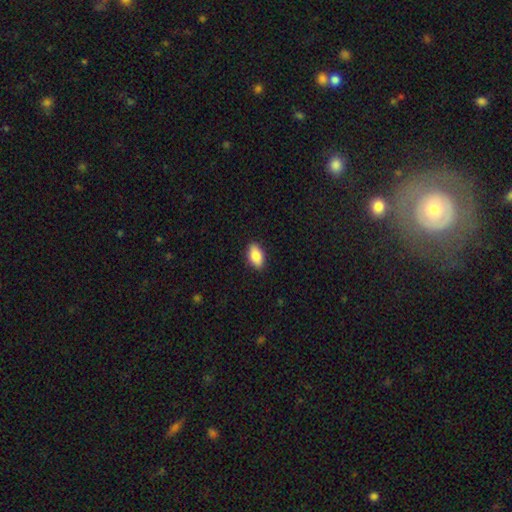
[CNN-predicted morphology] Smooth or featured? Predicted: smooth (p=0.86). How rounded? Predicted: in between (p=0.92). Merging? Predicted: none (p=0.88).